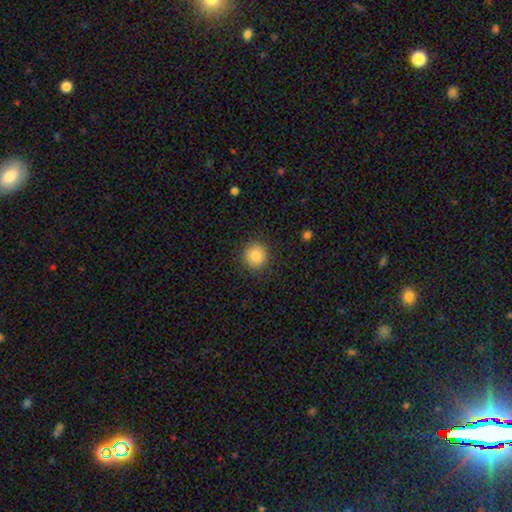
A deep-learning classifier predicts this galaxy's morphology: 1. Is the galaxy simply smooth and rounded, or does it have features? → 83% smooth, 10% star or artifact, 7% featured or disk.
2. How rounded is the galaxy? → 92% round, 7% in between, 1% cigar-shaped.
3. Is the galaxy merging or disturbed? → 90% none, 7% minor disturbance, 2% major disturbance, 1% merger.